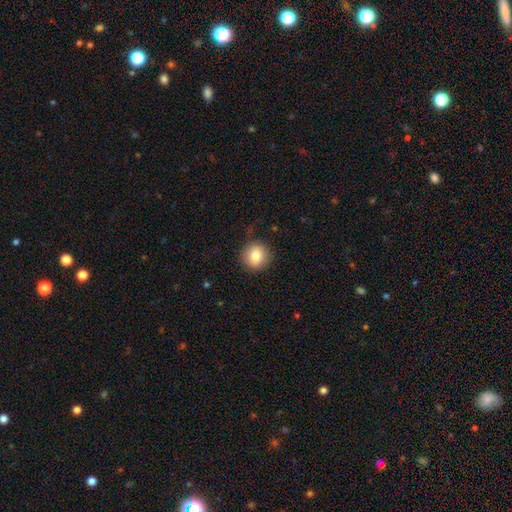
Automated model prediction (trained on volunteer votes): This appears to be a smooth galaxy with no disk features (84%) that is round (88%). Merging: none (83%).